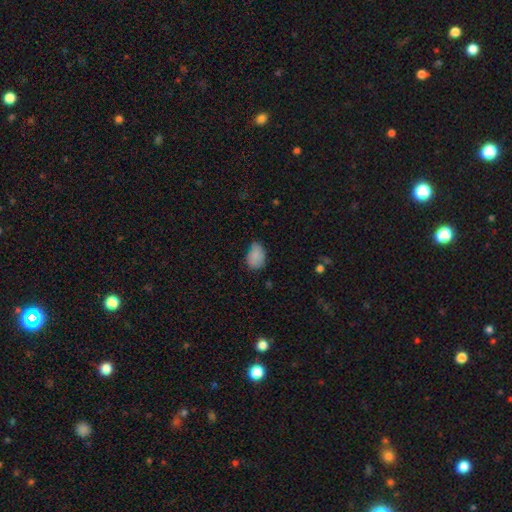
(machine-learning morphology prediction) Smooth or featured?
  - smooth: 84% *
  - star or artifact: 9%
  - featured or disk: 7%
How rounded?
  - in between: 79% *
  - round: 19%
  - cigar-shaped: 1%
Merging?
  - none: 53% *
  - minor disturbance: 37%
  - major disturbance: 7%
  - merger: 2%